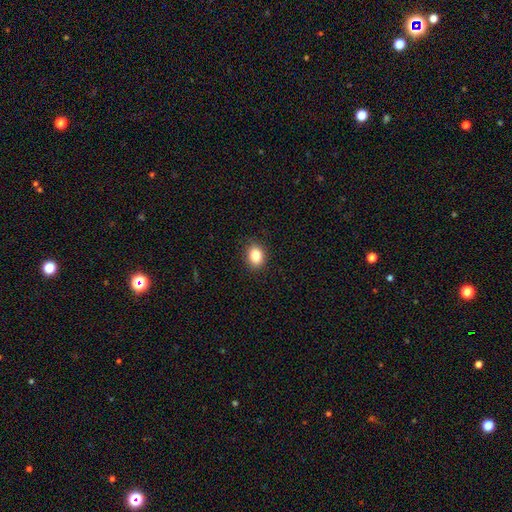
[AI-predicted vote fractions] smooth_or_featured: smooth (p=0.84) [alt: star or artifact p=0.10]
how_rounded: in between (p=0.58) [alt: round p=0.41]
merging: none (p=0.89) [alt: minor disturbance p=0.08]